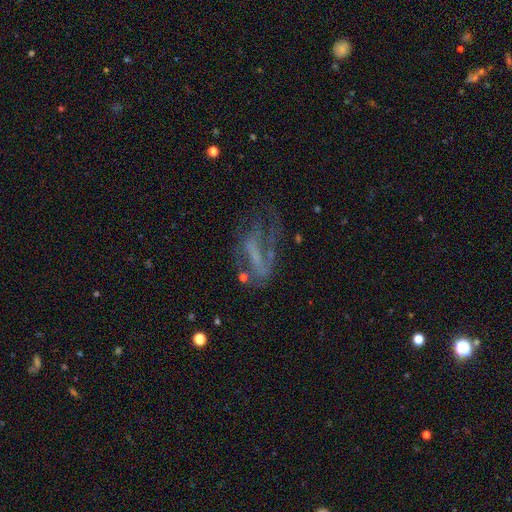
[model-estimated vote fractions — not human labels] This is possibly a featured or disk galaxy (60%). It is clearly not viewed edge-on (88%). Bar: marginally no (40%). Spiral arm pattern: possibly no (51%). Central bulge: likely none (63%). Merging: marginally major disturbance (41%).